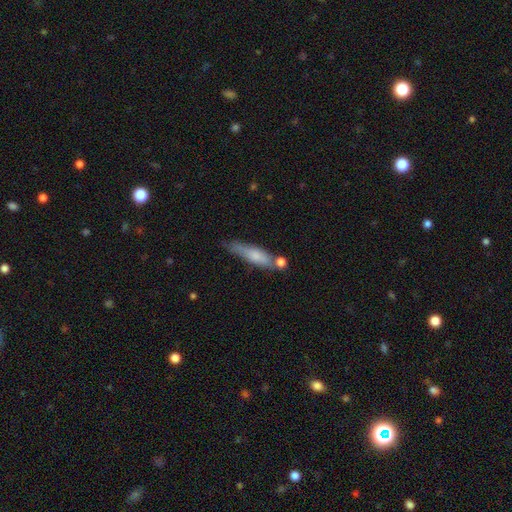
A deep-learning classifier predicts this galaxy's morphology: This appears to be a smooth galaxy with no disk features (67%) that is cigar-shaped (76%). Merging: none (55%).